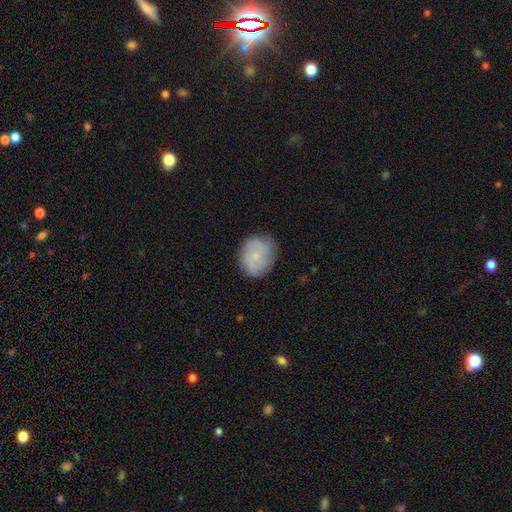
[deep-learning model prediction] A smooth galaxy with no disk features (59%) that is round (65%).

Vote fractions:
- Smooth or featured? smooth: 59% / featured or disk: 33% / star or artifact: 8%
- How rounded? round: 65% / in between: 34% / cigar-shaped: 1%
- Merging? none: 76% / minor disturbance: 18% / major disturbance: 5% / merger: 1%